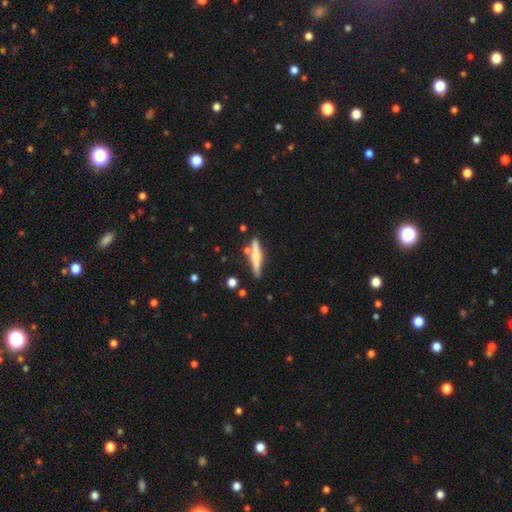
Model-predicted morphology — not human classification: Smooth or featured: featured or disk — 54% (smooth — 40%)
Edge-on disk: yes — 96% (no — 4%)
Edge-on bulge: rounded — 75% (none — 12%)
Merging: none — 78% (minor disturbance — 11%)